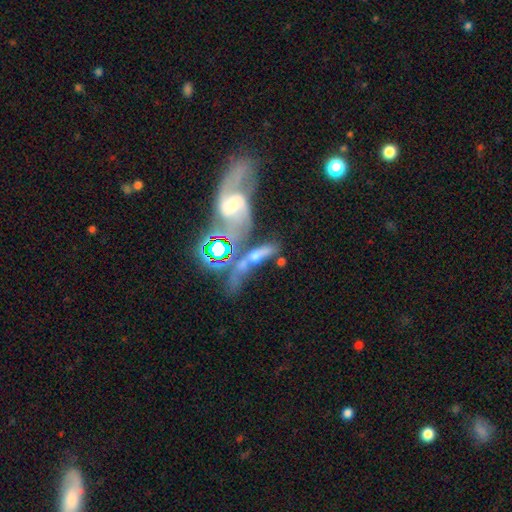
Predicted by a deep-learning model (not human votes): This appears to be a smooth galaxy with no disk features (40%). Merging: merger (48%).